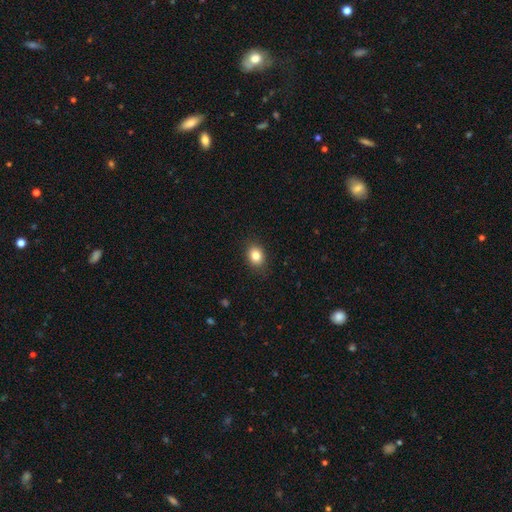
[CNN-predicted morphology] A smooth galaxy with no disk features (84%) that is in between round and cigar-shaped (59%). Merging: none (86%).